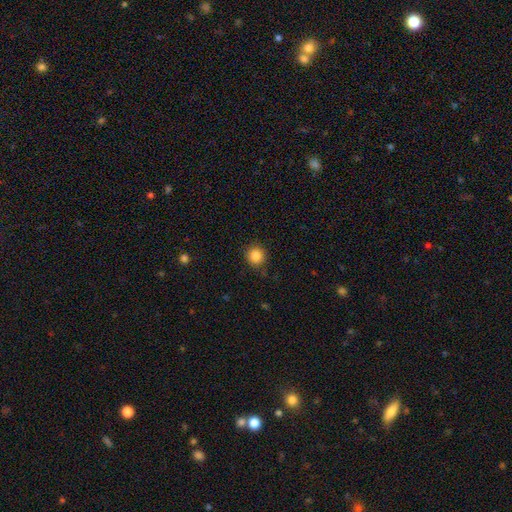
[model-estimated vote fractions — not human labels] The model was most divided on "smooth or featured": smooth: 85%, star or artifact: 10%, featured or disk: 4%. More confident: how rounded — round (91%); merging — none (87%).